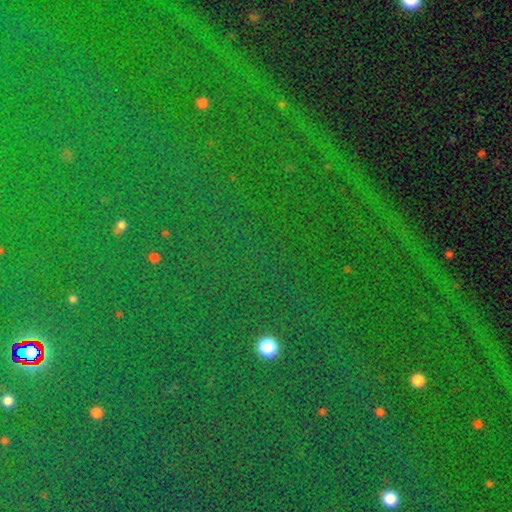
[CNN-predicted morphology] smooth_or_featured: star or artifact (p=0.81) [alt: smooth p=0.12]